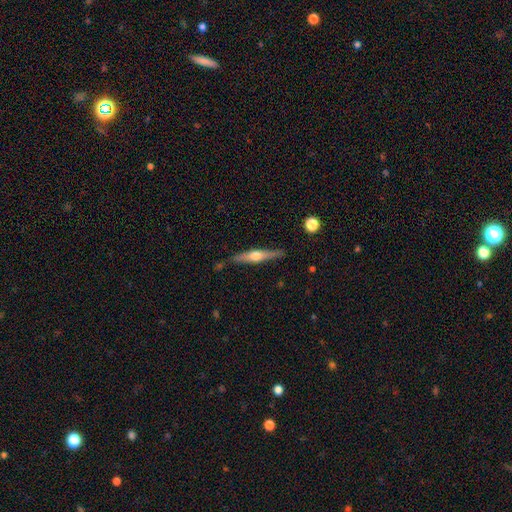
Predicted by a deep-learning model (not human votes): smooth_or_featured: featured or disk (p=0.68) [alt: smooth p=0.27]
disk_edge_on: yes (p=0.97) [alt: no p=0.03]
edge_on_bulge: rounded (p=0.92) [alt: boxy p=0.05]
merging: none (p=0.85) [alt: minor disturbance p=0.11]